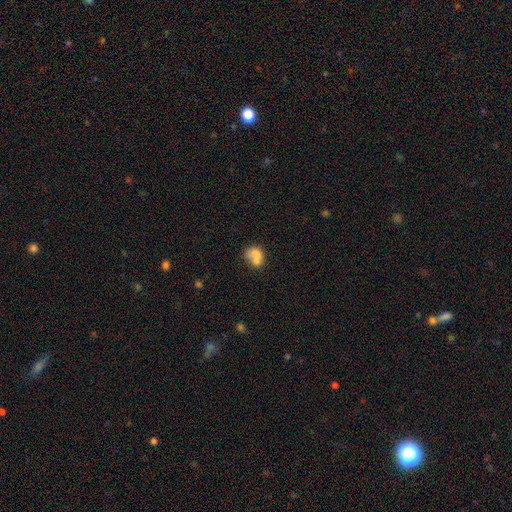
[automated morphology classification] A smooth galaxy with no disk features (69%) that is in between round and cigar-shaped (54%). Merging: merger (50%).